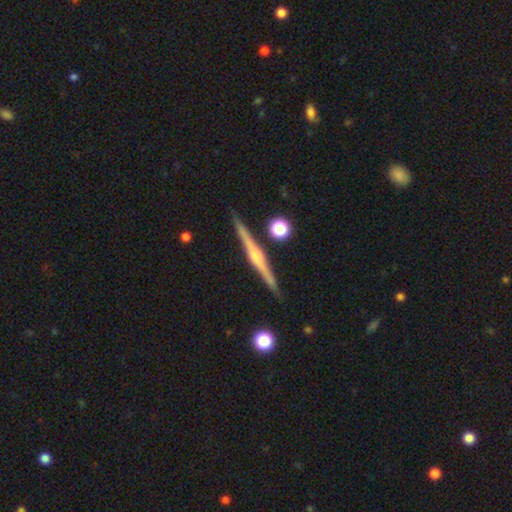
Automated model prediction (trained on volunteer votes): smooth_or_featured: featured or disk (p=0.80) [alt: smooth p=0.15]
disk_edge_on: yes (p=0.98) [alt: no p=0.02]
edge_on_bulge: rounded (p=0.75) [alt: boxy p=0.15]
merging: none (p=0.90) [alt: minor disturbance p=0.06]